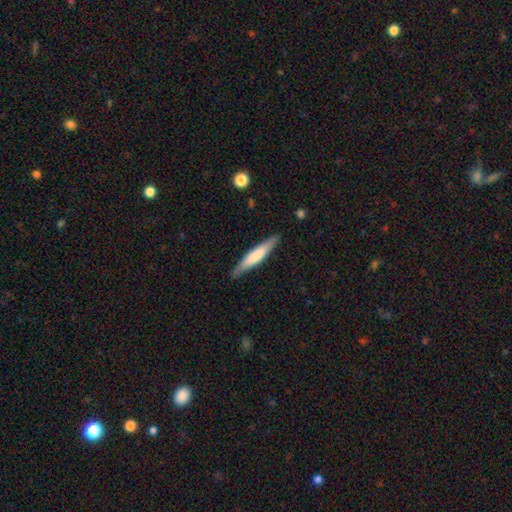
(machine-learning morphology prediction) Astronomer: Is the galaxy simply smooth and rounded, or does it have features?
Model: smooth — 59% (runner-up: featured or disk, 36%).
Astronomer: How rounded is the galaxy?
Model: cigar-shaped — 90%.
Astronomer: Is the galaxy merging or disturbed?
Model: none — 86%.